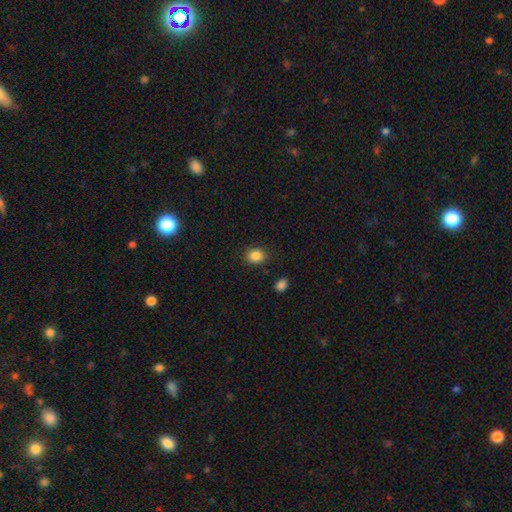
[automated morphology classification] Smooth or featured? Predicted: smooth (p=0.86). How rounded? Predicted: round (p=0.52). Merging? Predicted: none (p=0.87).